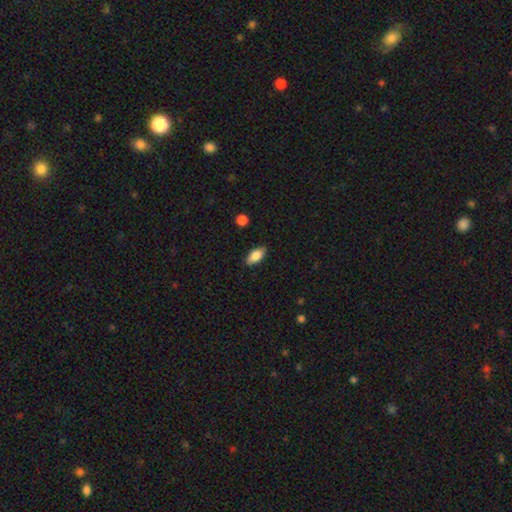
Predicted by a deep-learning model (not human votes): smooth-or-featured: smooth: 81% | featured or disk: 12% | star or artifact: 7%
  how-rounded: in between: 88% | cigar-shaped: 9% | round: 3%
  merging: none: 86% | minor disturbance: 11% | major disturbance: 2% | merger: 1%